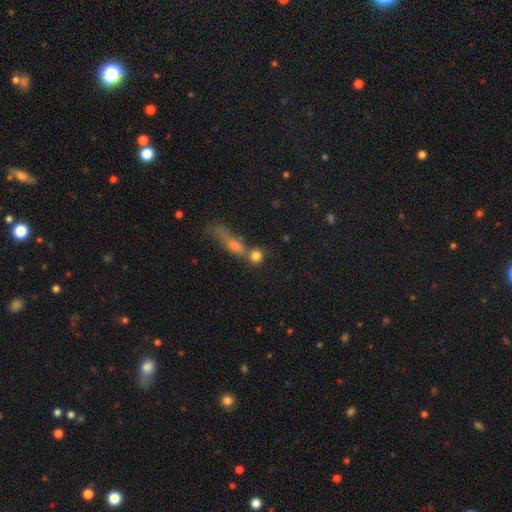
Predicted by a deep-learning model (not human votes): Smooth or featured? Predicted: smooth (p=0.79). How rounded? Predicted: round (p=0.80). Merging? Predicted: none (p=0.52).